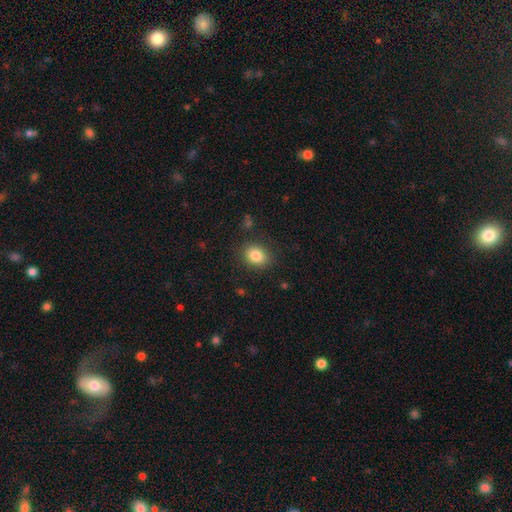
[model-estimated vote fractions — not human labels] Smooth or featured? smooth (84%)
How rounded? round (50%)
Merging? none (86%)